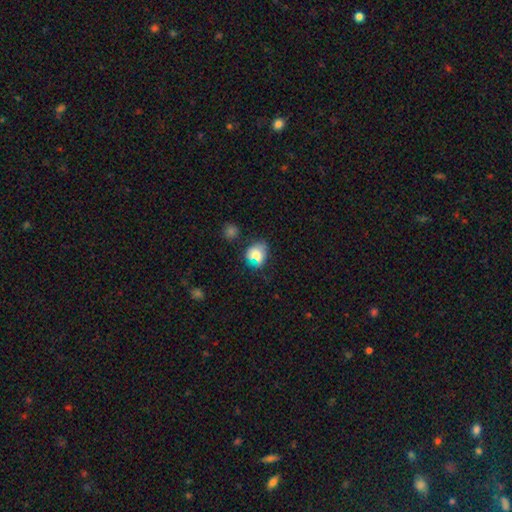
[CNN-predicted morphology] smooth-or-featured: smooth: 73% | star or artifact: 16% | featured or disk: 12%
  how-rounded: round: 57% | in between: 41% | cigar-shaped: 2%
  merging: none: 63% | minor disturbance: 23% | major disturbance: 8% | merger: 6%